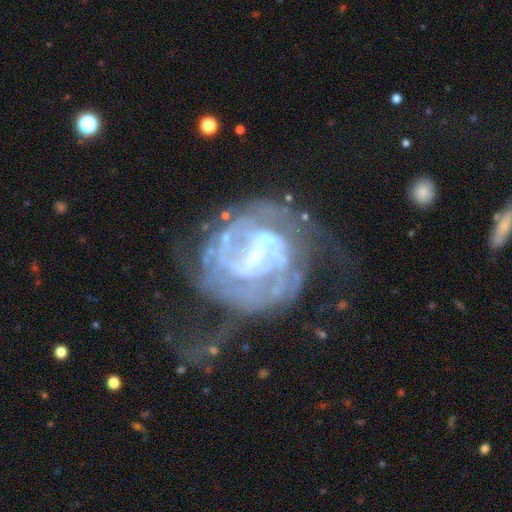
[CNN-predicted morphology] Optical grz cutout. It shows a featured or disk galaxy (87%) with a weak bar (49%), 2 (43%) tight (48%) spiral arms (91%) and a small central bulge (68%). Merging: none (41%).